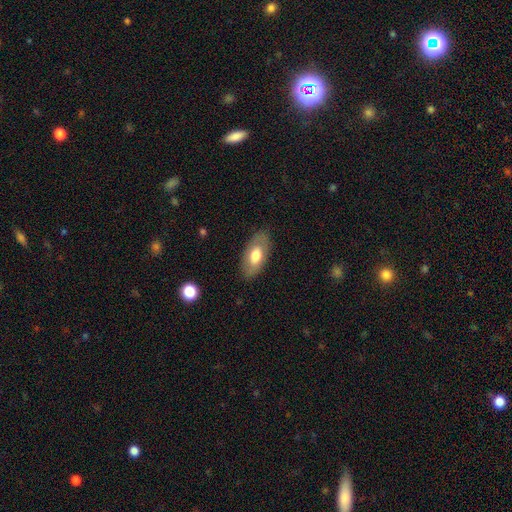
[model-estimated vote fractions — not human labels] Overall: smooth (67%; featured or disk 28%). How rounded: in between (92%). Merging: none (83%).